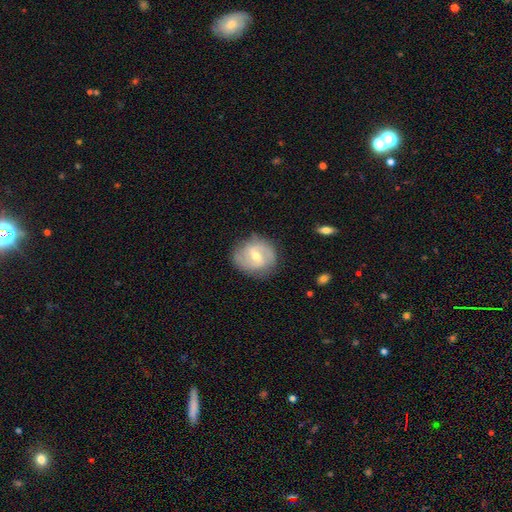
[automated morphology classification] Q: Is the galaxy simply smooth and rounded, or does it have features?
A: featured or disk — 70%.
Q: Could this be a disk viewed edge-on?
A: no — 97%.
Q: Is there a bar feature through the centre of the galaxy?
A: weak — 58%.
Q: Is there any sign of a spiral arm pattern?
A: yes — 86%.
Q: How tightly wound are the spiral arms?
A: medium — 48%.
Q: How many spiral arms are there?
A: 2 — 80%.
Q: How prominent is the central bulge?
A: moderate — 61%.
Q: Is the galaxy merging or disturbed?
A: none — 77%.